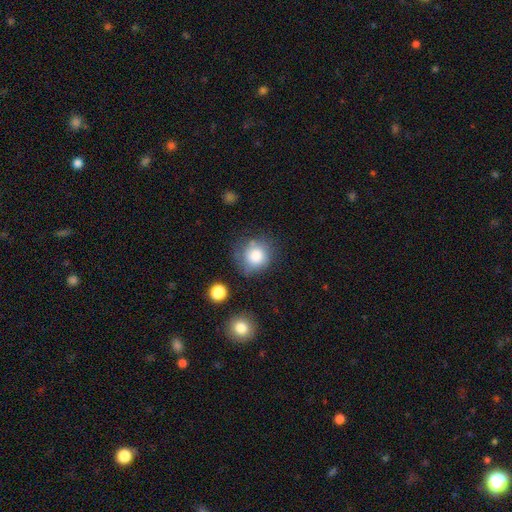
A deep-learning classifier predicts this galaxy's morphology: Smooth or featured? Predicted: smooth (p=0.80). How rounded? Predicted: round (p=0.87). Merging? Predicted: none (p=0.65).